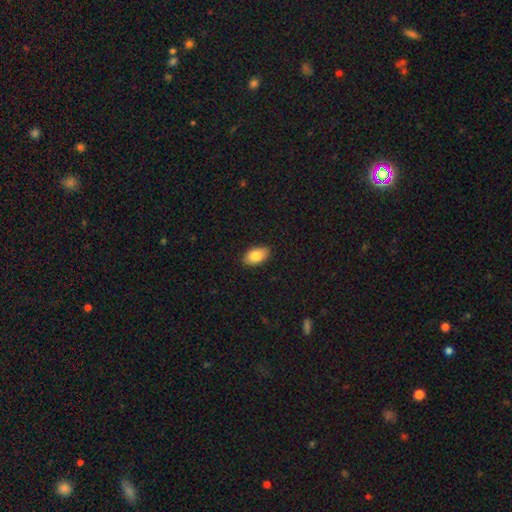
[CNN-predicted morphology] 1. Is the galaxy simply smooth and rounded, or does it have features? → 84% smooth, 9% featured or disk, 7% star or artifact.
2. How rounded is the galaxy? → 93% in between, 5% round, 2% cigar-shaped.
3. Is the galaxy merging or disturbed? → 89% none, 9% minor disturbance, 2% major disturbance, 1% merger.